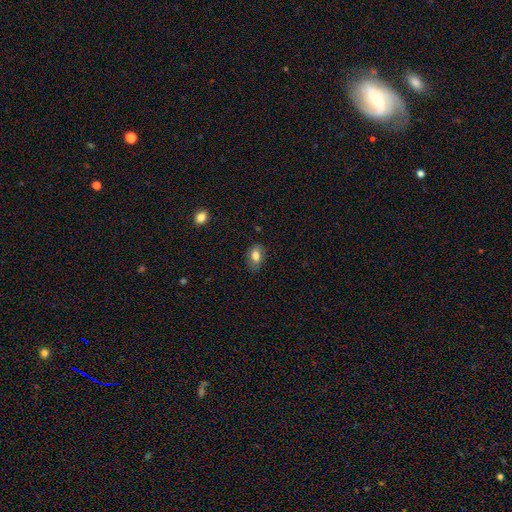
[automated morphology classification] smooth-or-featured: smooth: 78% | featured or disk: 13% | star or artifact: 9%
  how-rounded: in between: 84% | round: 14% | cigar-shaped: 2%
  merging: none: 73% | minor disturbance: 21% | major disturbance: 5% | merger: 1%